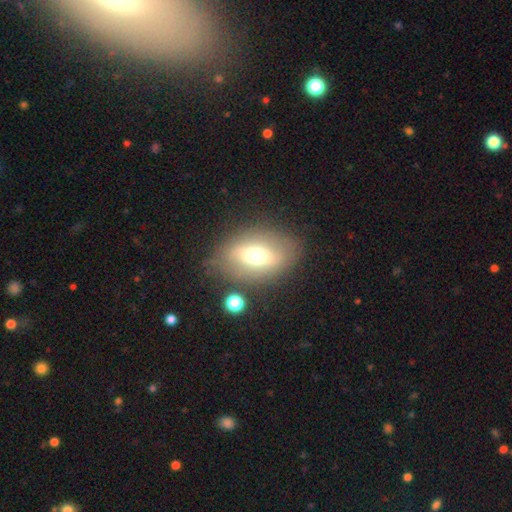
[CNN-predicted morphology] This appears to be a smooth galaxy with no disk features (55%) that is in between round and cigar-shaped (82%). Merging: none (72%).